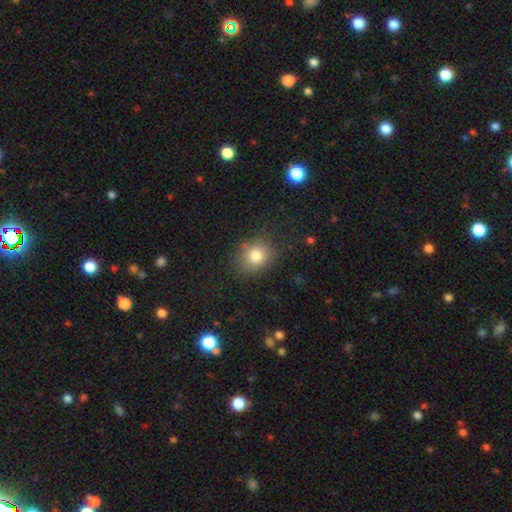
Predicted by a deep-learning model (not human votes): Smooth or featured? Predicted: smooth (p=0.80). How rounded? Predicted: round (p=0.59). Merging? Predicted: none (p=0.81).